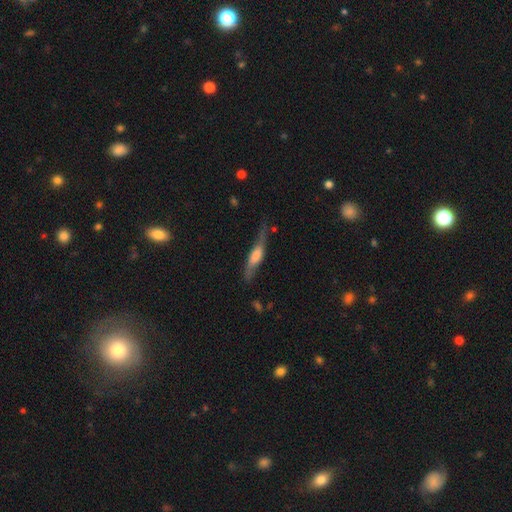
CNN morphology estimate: Smooth or featured?
  - featured or disk: 52% *
  - smooth: 41%
  - star or artifact: 7%
Edge-on disk?
  - yes: 76% *
  - no: 24%
Merging?
  - none: 59% *
  - minor disturbance: 27%
  - major disturbance: 11%
  - merger: 3%